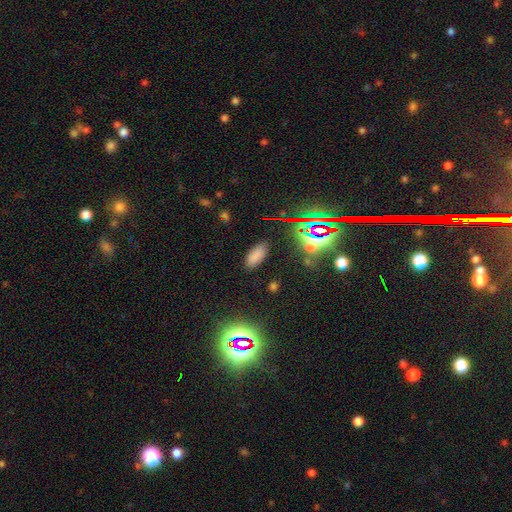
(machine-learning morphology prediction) type=smooth (73%); roundness=in between (87%); merging=none (85%).